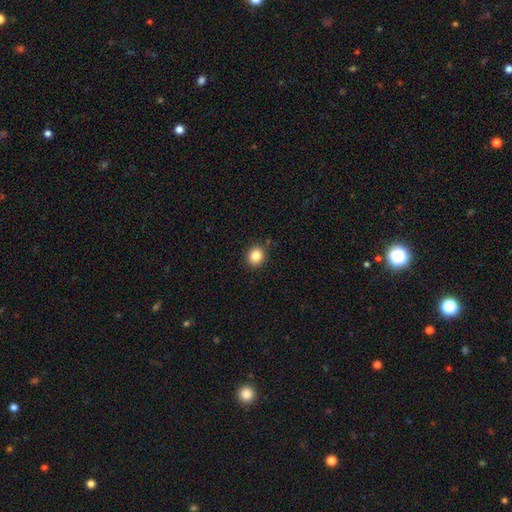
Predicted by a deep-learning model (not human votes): This appears to be a smooth galaxy with no disk features (84%) that is round (79%). Merging: none (89%).